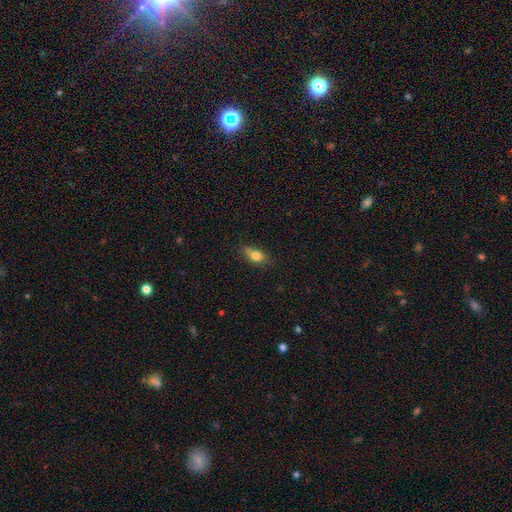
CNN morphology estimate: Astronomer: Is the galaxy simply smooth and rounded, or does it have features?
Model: smooth — 78%.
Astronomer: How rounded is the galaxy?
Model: in between — 77%.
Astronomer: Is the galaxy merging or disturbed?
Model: none — 66%.